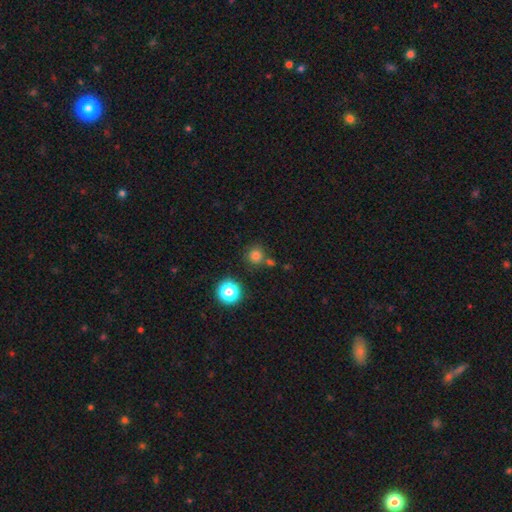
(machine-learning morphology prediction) A smooth galaxy with no disk features (77%) that is round (92%). Merging: none (74%).